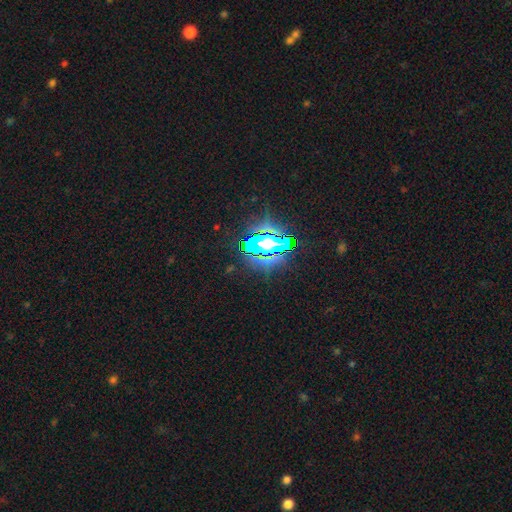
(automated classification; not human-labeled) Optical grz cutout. It shows a star or artifact, not a galaxy (74%).